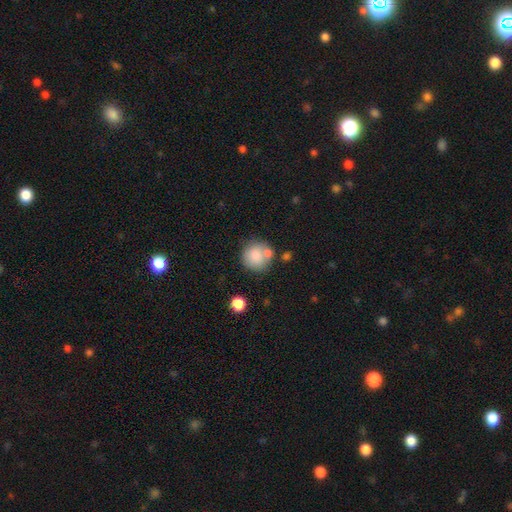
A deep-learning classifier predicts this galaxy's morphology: This is clearly a smooth galaxy (81%). How rounded: clearly round (89%). Merging: possibly none (60%).